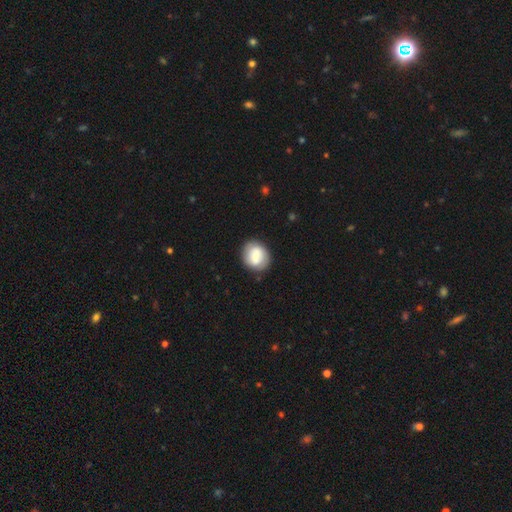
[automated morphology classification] Smooth or featured: smooth — 64% (featured or disk — 28%)
How rounded: round — 69% (in between — 30%)
Merging: none — 81% (minor disturbance — 13%)